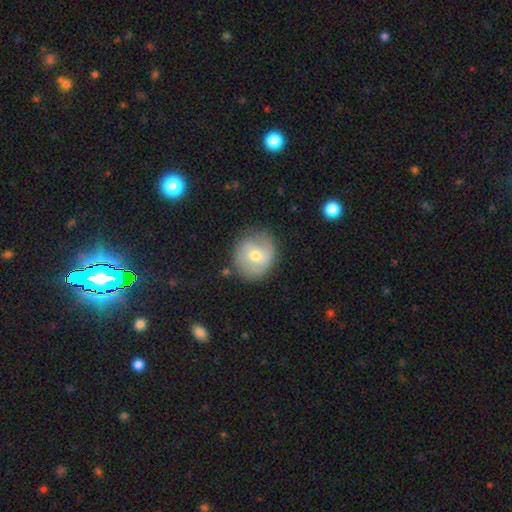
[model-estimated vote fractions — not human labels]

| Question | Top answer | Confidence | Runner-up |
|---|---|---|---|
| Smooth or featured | smooth | 47% | featured or disk (45%) |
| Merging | none | 77% | minor disturbance (16%) |